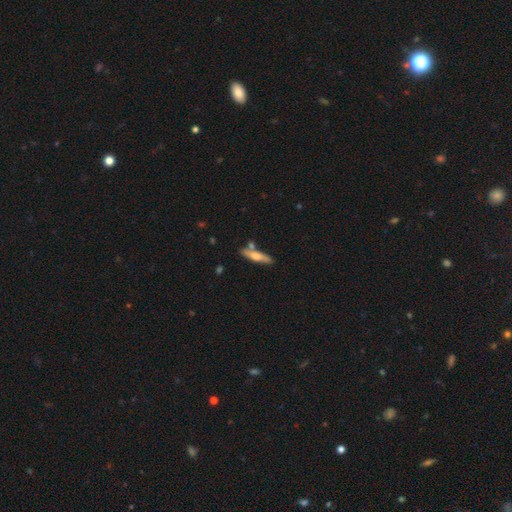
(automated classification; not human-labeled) Q: Smooth or featured?
A: smooth (52%); runner-up: featured or disk (42%)
Q: How rounded?
A: cigar-shaped (77%); runner-up: in between (21%)
Q: Merging?
A: none (72%); runner-up: minor disturbance (15%)